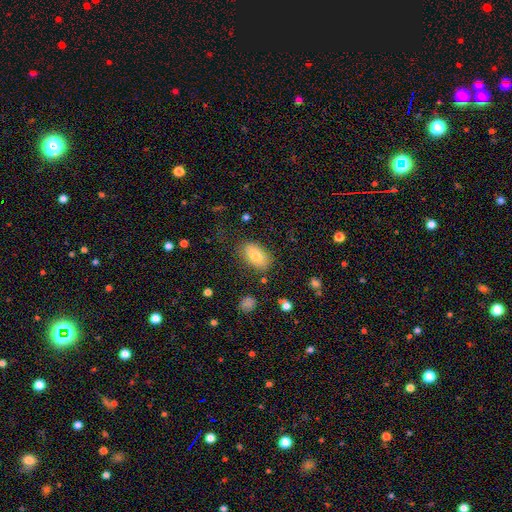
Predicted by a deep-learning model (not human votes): Smooth or featured? smooth (79%)
How rounded? in between (91%)
Merging? none (77%)